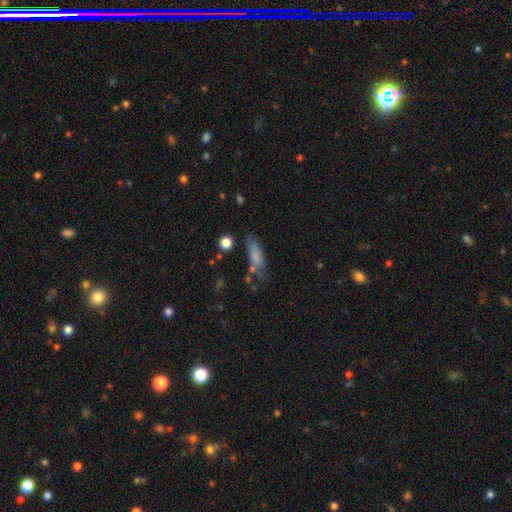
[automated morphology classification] smooth_or_featured: smooth (p=0.74) [alt: featured or disk p=0.17]
how_rounded: in between (p=0.54) [alt: cigar-shaped p=0.43]
merging: none (p=0.54) [alt: minor disturbance p=0.26]